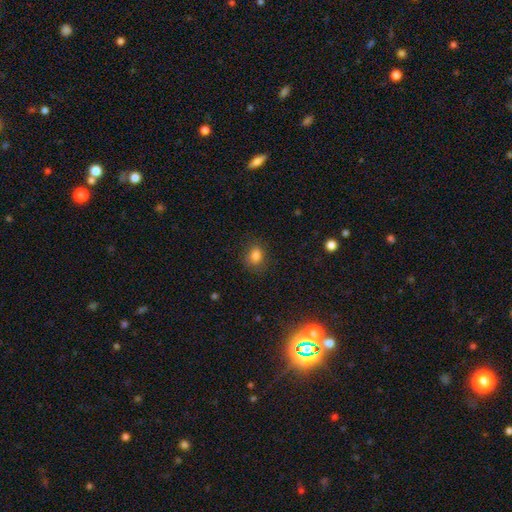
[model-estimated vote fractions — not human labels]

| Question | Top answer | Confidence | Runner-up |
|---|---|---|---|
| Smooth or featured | smooth | 81% | star or artifact (12%) |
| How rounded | in between | 49% | tied: round (49%) |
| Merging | none | 79% | minor disturbance (15%) |